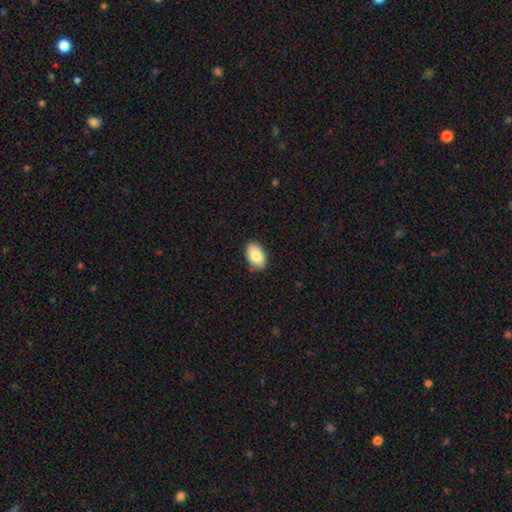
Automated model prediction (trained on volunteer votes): Q: Smooth or featured?
A: smooth (84%); runner-up: featured or disk (10%)
Q: How rounded?
A: in between (92%); runner-up: round (7%)
Q: Merging?
A: none (88%); runner-up: minor disturbance (9%)